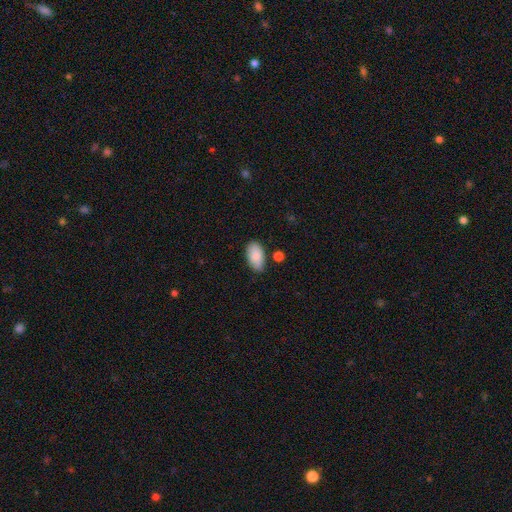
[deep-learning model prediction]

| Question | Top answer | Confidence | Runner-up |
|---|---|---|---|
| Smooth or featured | smooth | 87% | featured or disk (7%) |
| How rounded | in between | 94% | round (3%) |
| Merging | none | 76% | minor disturbance (16%) |